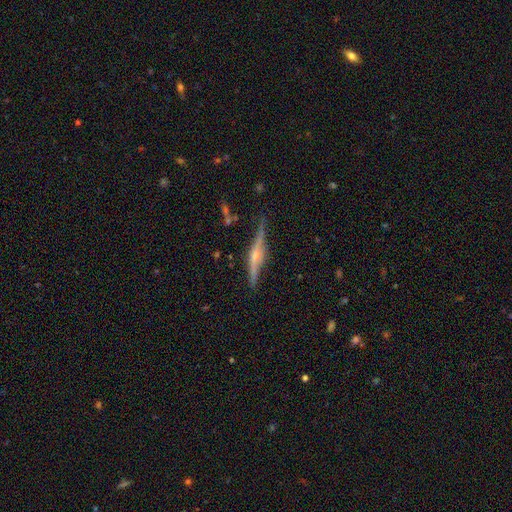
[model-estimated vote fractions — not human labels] Morphology: type=featured or disk (83%); edge-on=yes (97%); edge-on bulge=rounded (85%); merging=none (86%).